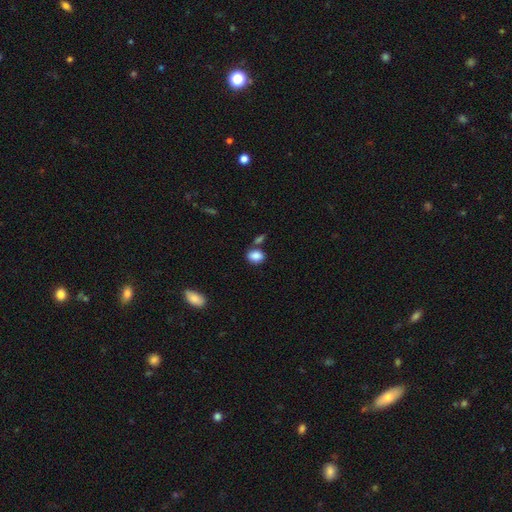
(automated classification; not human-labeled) Smooth or featured: smooth — 86% (star or artifact — 9%)
How rounded: in between — 66% (round — 33%)
Merging: none — 65% (merger — 17%)